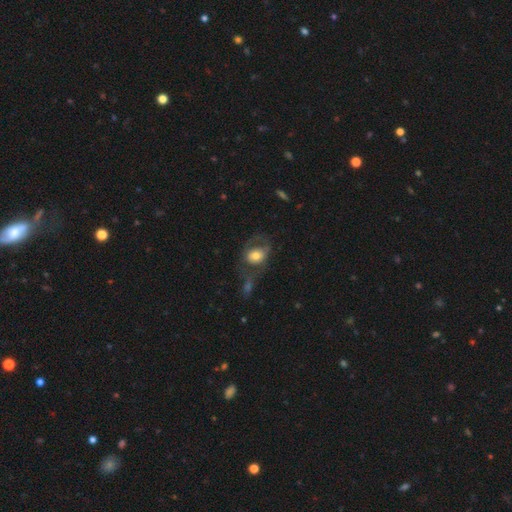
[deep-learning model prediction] This is possibly a smooth galaxy (55%). How rounded: possibly in between (59%). Merging: marginally none (35%, tied with major disturbance).